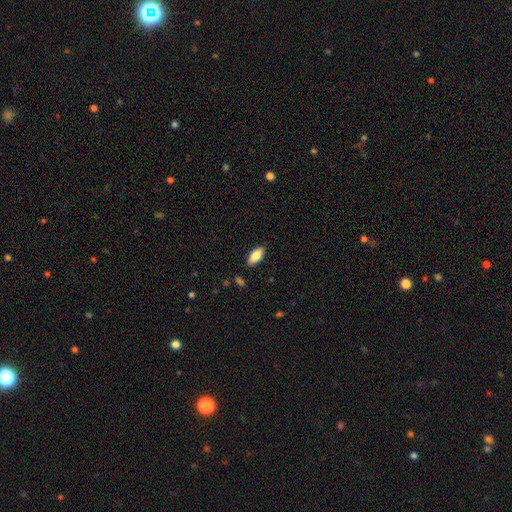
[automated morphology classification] Smooth or featured?
  - smooth: 82% *
  - featured or disk: 11%
  - star or artifact: 7%
How rounded?
  - in between: 89% *
  - cigar-shaped: 8%
  - round: 2%
Merging?
  - none: 86% *
  - minor disturbance: 10%
  - major disturbance: 2%
  - merger: 1%